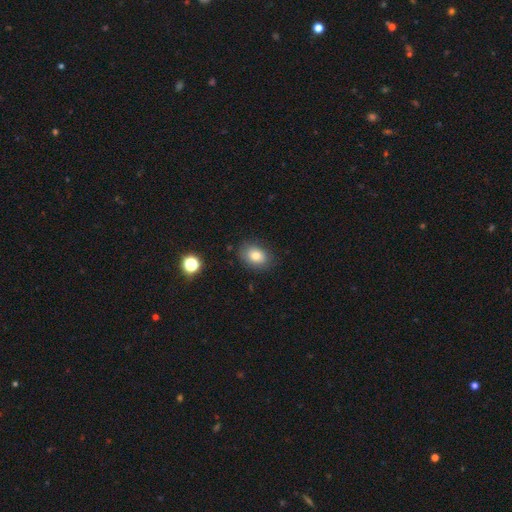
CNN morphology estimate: Smooth or featured: smooth — 79% (featured or disk — 11%)
How rounded: in between — 70% (round — 29%)
Merging: none — 82% (minor disturbance — 13%)